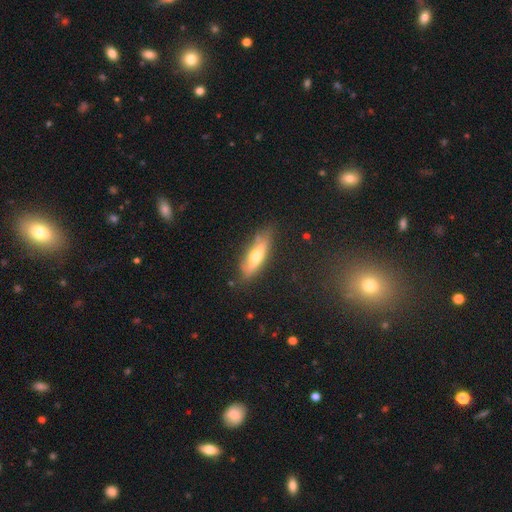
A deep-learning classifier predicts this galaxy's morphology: smooth 47%, featured or disk 46%, star or artifact 7%. Down the decision tree: merging — none (76%).